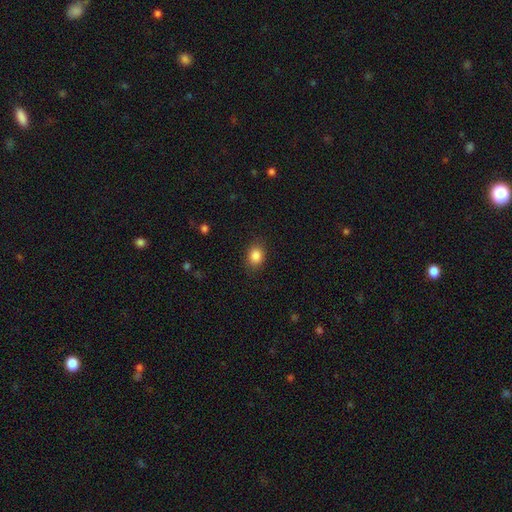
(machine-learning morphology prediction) smooth-or-featured: smooth: 86% | star or artifact: 9% | featured or disk: 5%
  how-rounded: in between: 54% | round: 45% | cigar-shaped: 1%
  merging: none: 86% | minor disturbance: 10% | major disturbance: 3% | merger: 1%